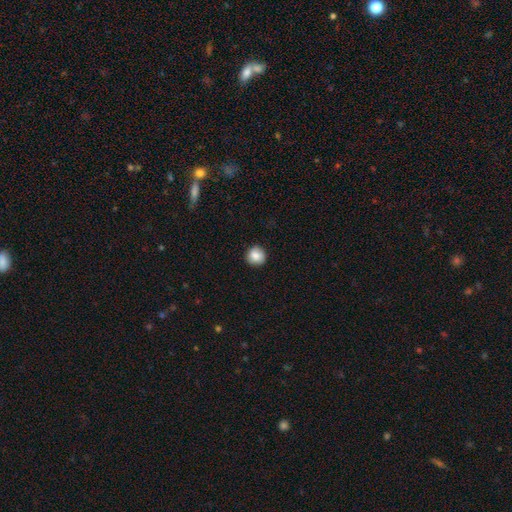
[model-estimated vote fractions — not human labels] smooth_or_featured: smooth (p=0.85) [alt: star or artifact p=0.08]
how_rounded: round (p=0.93) [alt: in between p=0.06]
merging: none (p=0.90) [alt: minor disturbance p=0.07]